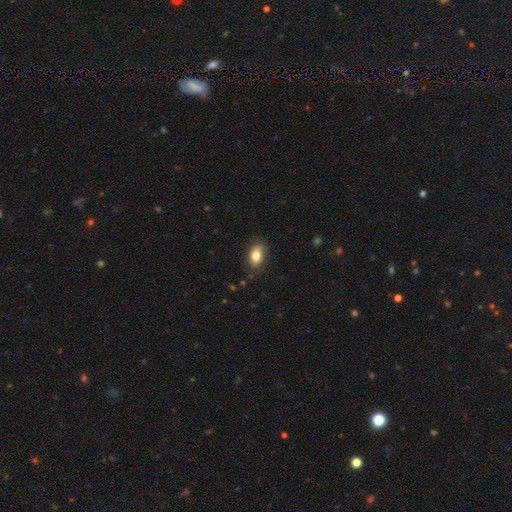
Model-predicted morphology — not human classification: type=smooth (82%); roundness=in between (87%); merging=none (82%).